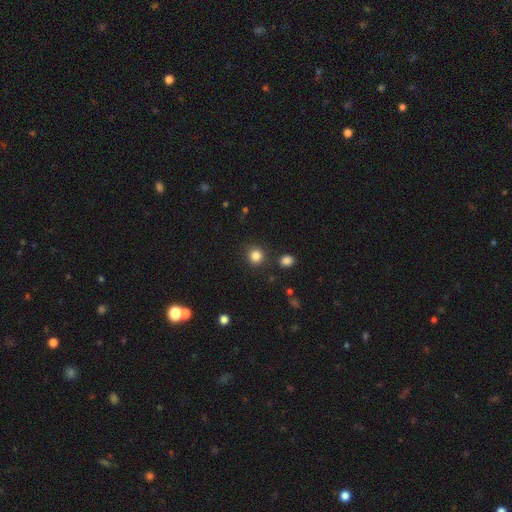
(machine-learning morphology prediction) Q: Smooth or featured?
A: smooth (83%); runner-up: star or artifact (12%)
Q: How rounded?
A: round (92%); runner-up: in between (8%)
Q: Merging?
A: none (88%); runner-up: minor disturbance (6%)